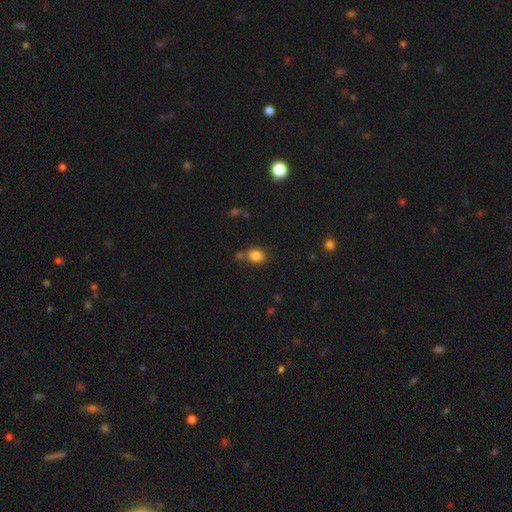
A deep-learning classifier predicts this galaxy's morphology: type=smooth (84%); roundness=in between (52%); merging=none (68%).